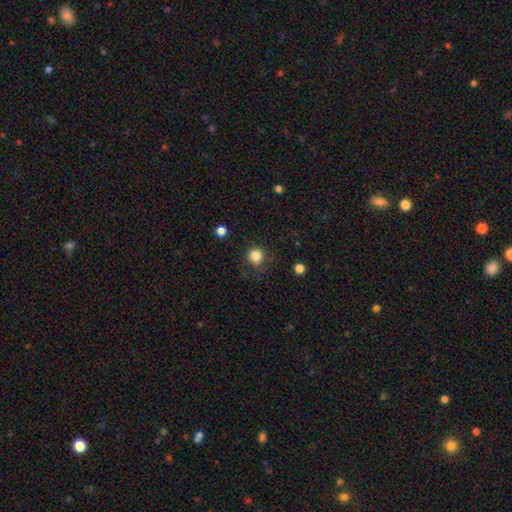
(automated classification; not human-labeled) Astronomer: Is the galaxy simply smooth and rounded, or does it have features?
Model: smooth — 84%.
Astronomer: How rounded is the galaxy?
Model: round — 92%.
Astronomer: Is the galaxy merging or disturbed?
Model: none — 82%.